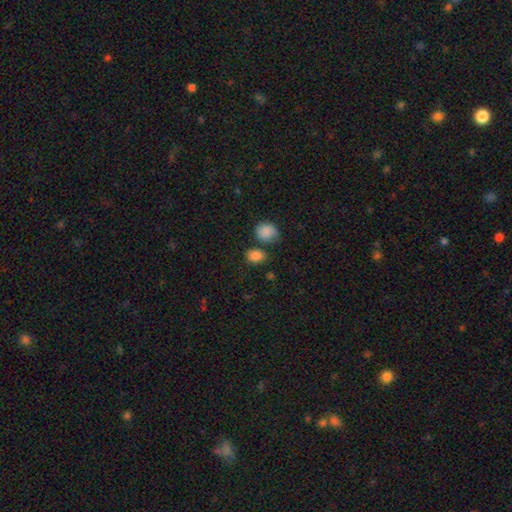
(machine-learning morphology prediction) smooth-or-featured: smooth: 85% | star or artifact: 10% | featured or disk: 5%
  how-rounded: in between: 64% | round: 35% | cigar-shaped: 1%
  merging: none: 68% | merger: 14% | minor disturbance: 14% | major disturbance: 4%